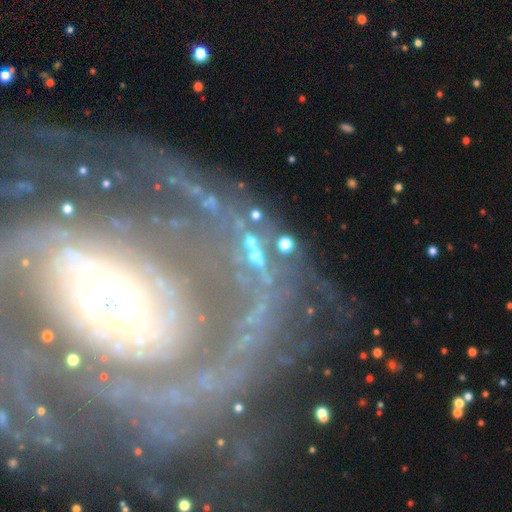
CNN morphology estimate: smooth_or_featured: featured or disk (p=0.45) [alt: star or artifact p=0.39]
merging: none (p=0.51) [alt: major disturbance p=0.19]